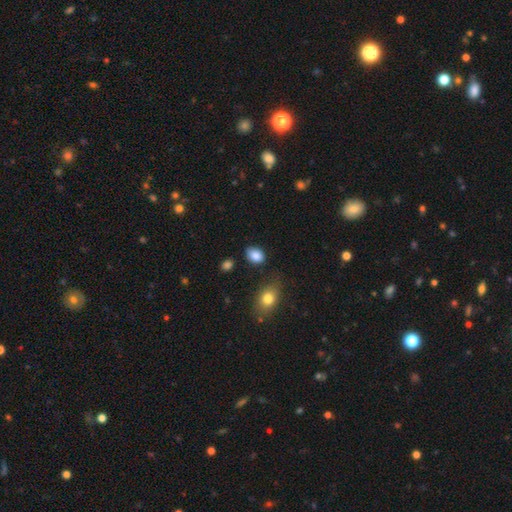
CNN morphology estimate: Q: Smooth or featured?
A: smooth (87%); runner-up: star or artifact (8%)
Q: How rounded?
A: in between (73%); runner-up: round (26%)
Q: Merging?
A: none (76%); runner-up: minor disturbance (17%)